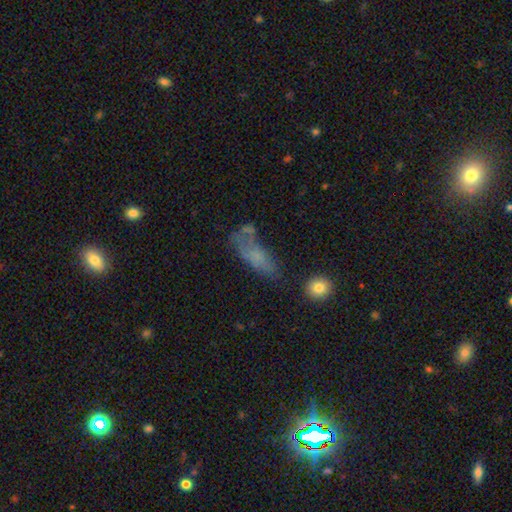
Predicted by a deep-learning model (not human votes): smooth_or_featured: smooth (p=0.59) [alt: featured or disk p=0.28]
how_rounded: in between (p=0.64) [alt: cigar-shaped p=0.32]
merging: none (p=0.40) [alt: minor disturbance p=0.26]